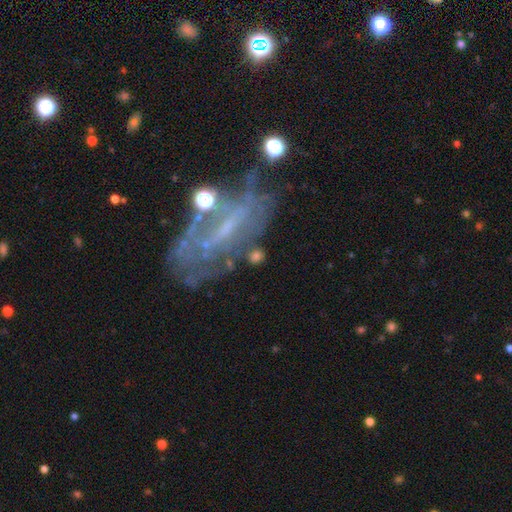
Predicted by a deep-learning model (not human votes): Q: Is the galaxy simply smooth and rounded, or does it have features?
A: smooth — 47%.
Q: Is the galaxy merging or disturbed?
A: none — 69%.